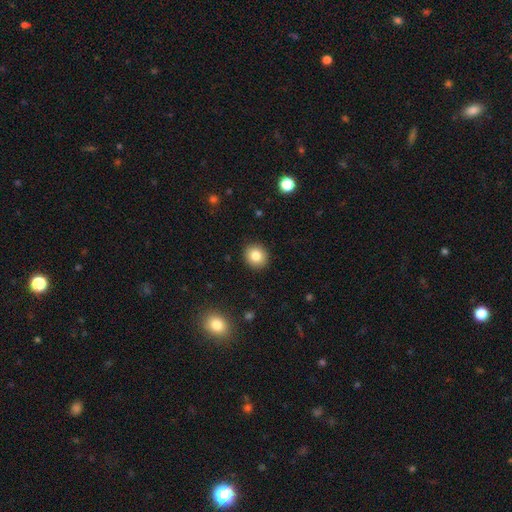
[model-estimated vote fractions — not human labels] The model was most divided on "how rounded": round: 85%, in between: 14%, cigar-shaped: 1%. More confident: merging — none (91%); smooth or featured — smooth (83%).